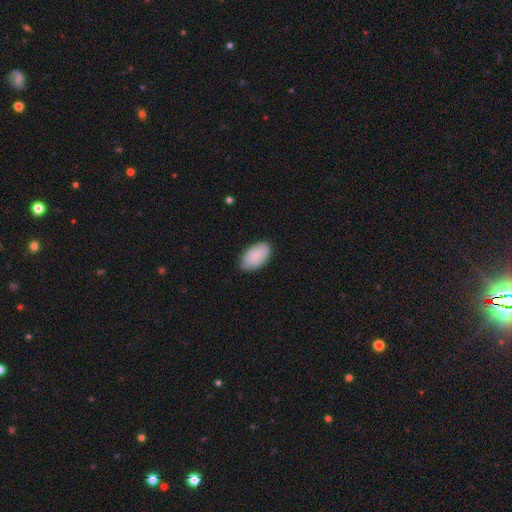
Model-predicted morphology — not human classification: smooth 84%, featured or disk 10%, star or artifact 6%. Down the decision tree: how rounded — in between (95%); merging — none (84%).